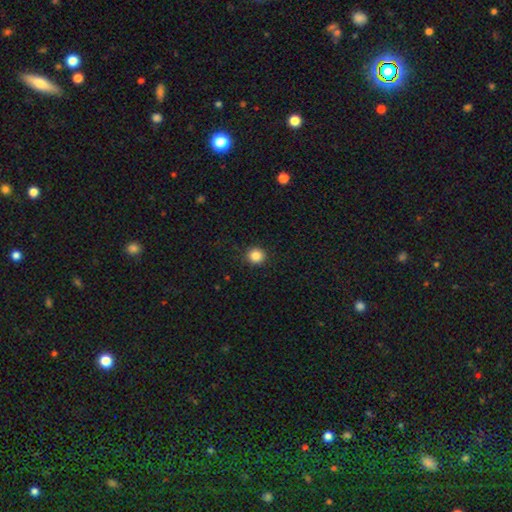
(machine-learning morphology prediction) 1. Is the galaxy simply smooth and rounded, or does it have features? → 86% smooth, 11% star or artifact, 4% featured or disk.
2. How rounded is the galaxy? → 93% round, 6% in between, 1% cigar-shaped.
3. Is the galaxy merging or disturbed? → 92% none, 5% minor disturbance, 2% major disturbance, 1% merger.